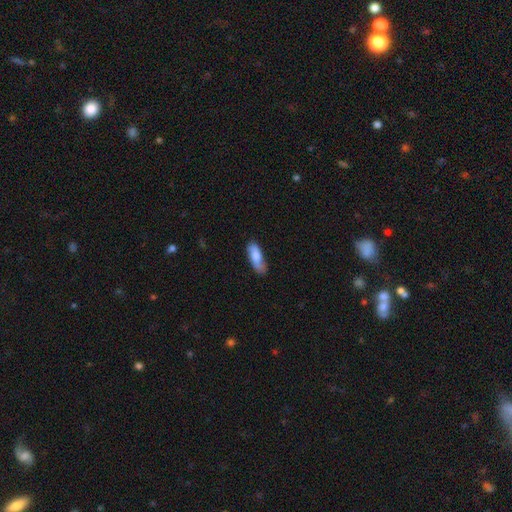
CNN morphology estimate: Overall: smooth (73%). How rounded: in between (61%; cigar-shaped 37%). Merging: none (66%).